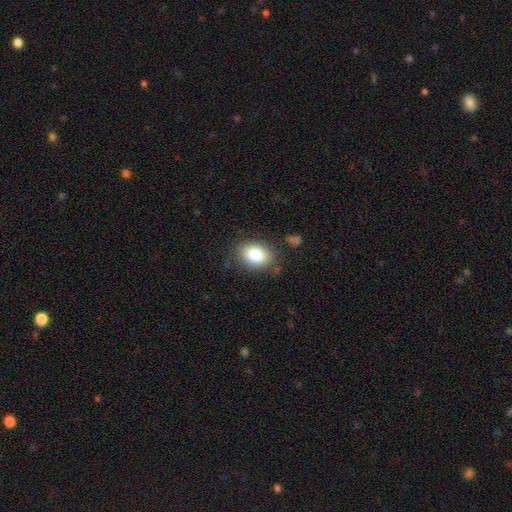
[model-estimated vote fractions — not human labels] Morphology: type=smooth (85%); roundness=in between (73%); merging=none (81%).